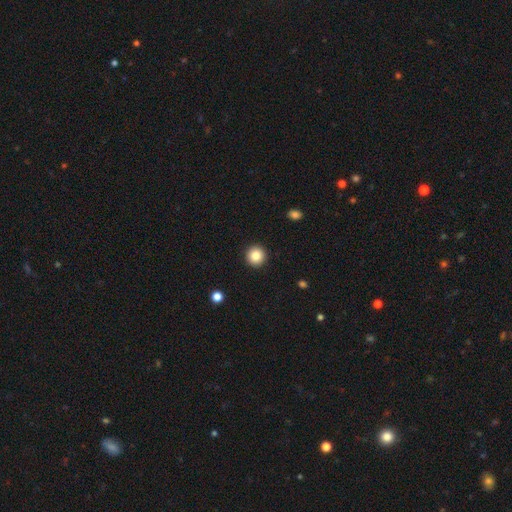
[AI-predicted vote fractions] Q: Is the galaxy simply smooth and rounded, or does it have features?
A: smooth — 85%.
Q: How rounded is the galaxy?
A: round — 95%.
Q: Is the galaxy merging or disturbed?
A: none — 93%.